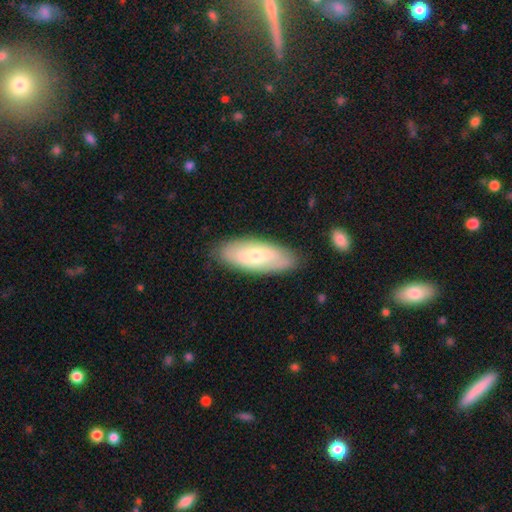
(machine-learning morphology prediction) Smooth or featured: smooth — 55% (featured or disk — 39%)
How rounded: in between — 77% (cigar-shaped — 21%)
Merging: none — 84% (minor disturbance — 12%)